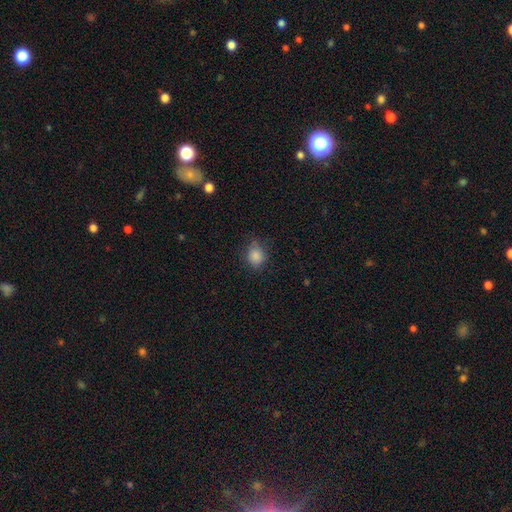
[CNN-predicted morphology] Q: Smooth or featured?
A: smooth (85%); runner-up: star or artifact (10%)
Q: How rounded?
A: round (68%); runner-up: in between (31%)
Q: Merging?
A: none (71%); runner-up: minor disturbance (22%)